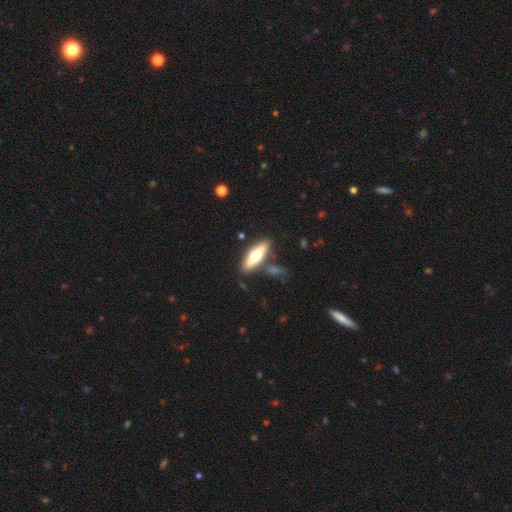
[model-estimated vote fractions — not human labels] This appears to be a smooth galaxy with no disk features (53%) that is cigar-shaped (52%). Merging: none (78%).